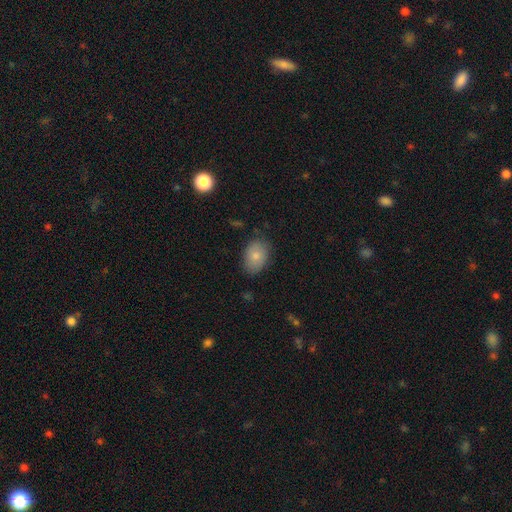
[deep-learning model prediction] Smooth or featured? smooth (81%)
How rounded? in between (82%)
Merging? none (79%)